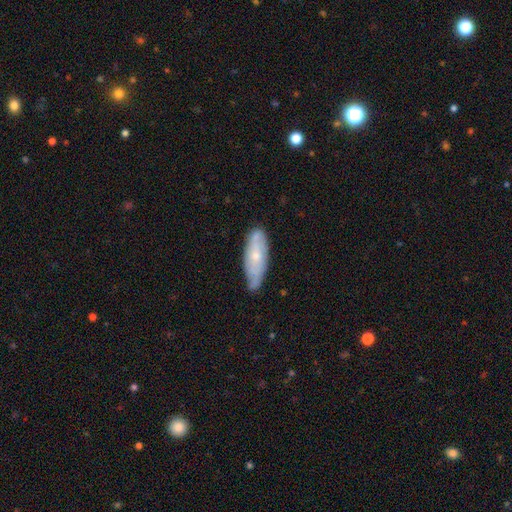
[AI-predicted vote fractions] smooth-or-featured: smooth: 48% | featured or disk: 45% | star or artifact: 7%
  merging: none: 67% | minor disturbance: 27% | major disturbance: 4% | merger: 2%